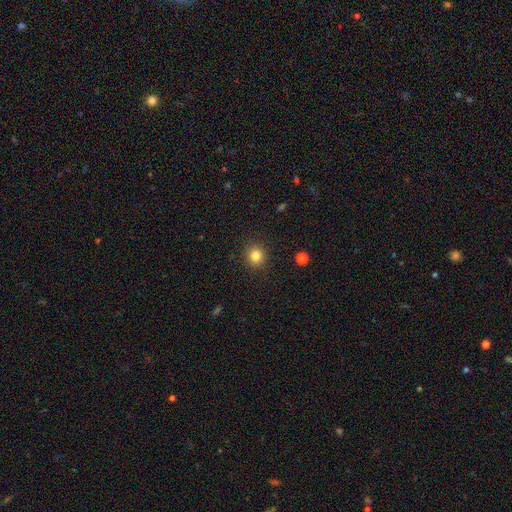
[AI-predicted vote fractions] Smooth or featured? smooth (82%)
How rounded? round (89%)
Merging? none (91%)